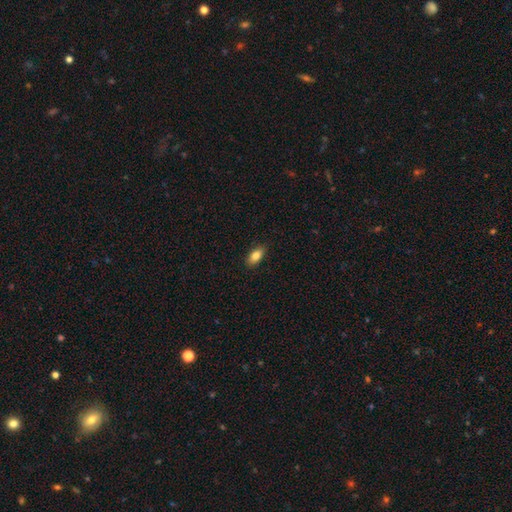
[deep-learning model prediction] smooth_or_featured: smooth (p=0.84) [alt: featured or disk p=0.08]
how_rounded: in between (p=0.89) [alt: cigar-shaped p=0.07]
merging: none (p=0.88) [alt: minor disturbance p=0.09]